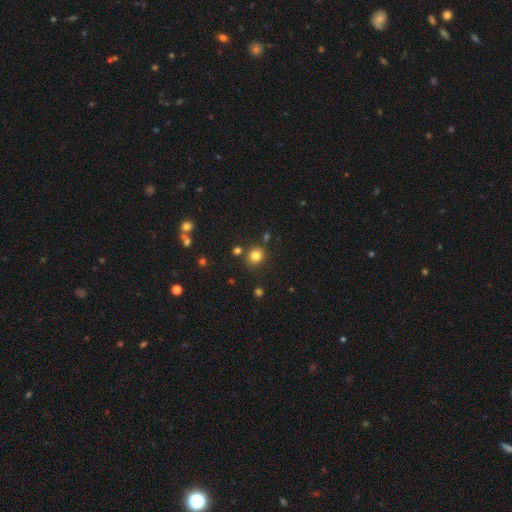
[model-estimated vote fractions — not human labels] Overall: smooth (81%). How rounded: round (87%). Merging: none (81%).